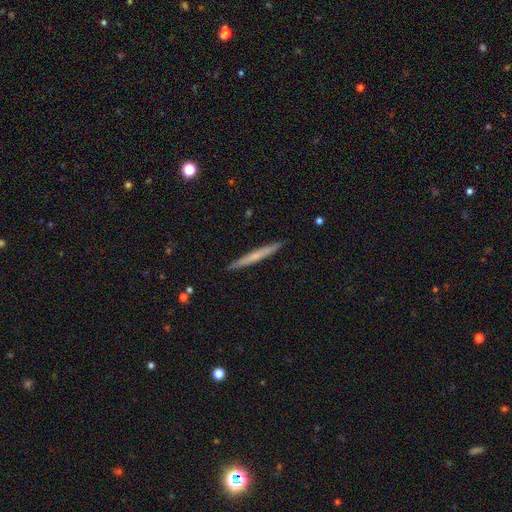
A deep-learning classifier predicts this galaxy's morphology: type=smooth (49%); merging=none (92%).